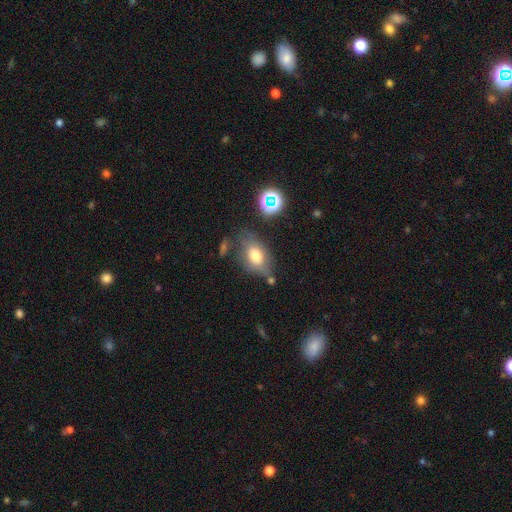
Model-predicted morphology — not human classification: Q: Smooth or featured?
A: smooth (70%); runner-up: featured or disk (18%)
Q: How rounded?
A: in between (83%); runner-up: round (14%)
Q: Merging?
A: none (55%); runner-up: minor disturbance (24%)